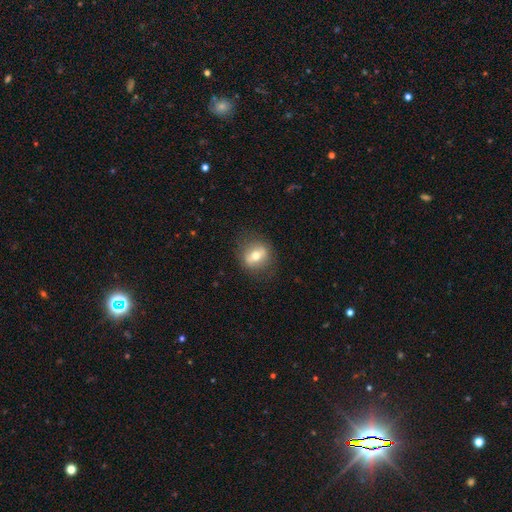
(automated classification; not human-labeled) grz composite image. It shows a smooth galaxy with no disk features (47%). Merging: none (83%).